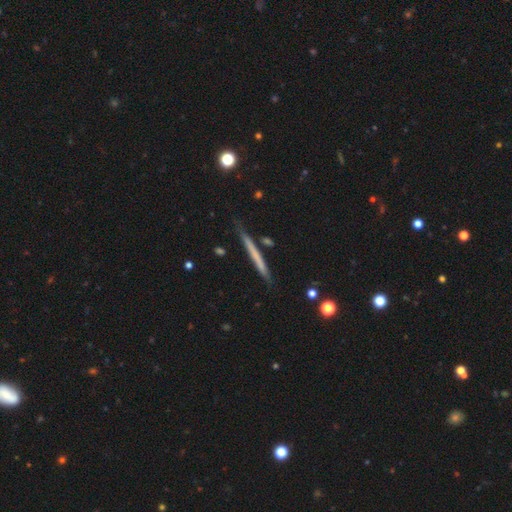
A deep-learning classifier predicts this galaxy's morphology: Smooth or featured? Predicted: smooth (p=0.52). How rounded? Predicted: cigar-shaped (p=0.97). Merging? Predicted: none (p=0.84).